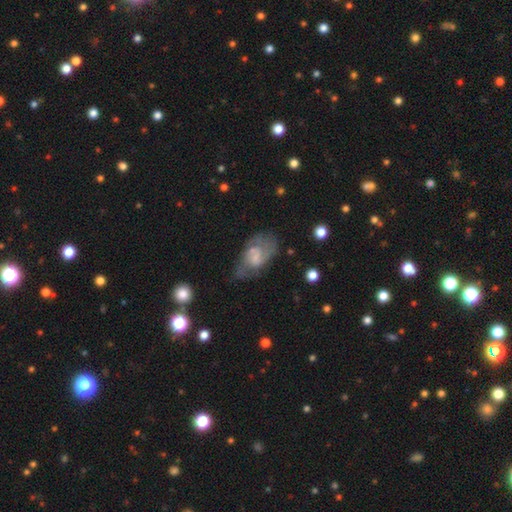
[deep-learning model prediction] A featured or disk galaxy (61%) with no bar (50%), spiral arms (75%) and a small central bulge (35%).

Vote fractions:
- Smooth or featured? featured or disk: 61% / smooth: 30% / star or artifact: 9%
- Edge-on disk? no: 96% / yes: 4%
- Bar? no: 50% / weak: 42% / strong: 8%
- Spiral arms? yes: 75% / no: 25%
- Bulge size? small: 35% / none: 34% / moderate: 23% / large: 7% / dominant: 2%
- Merging? none: 46% / minor disturbance: 26% / major disturbance: 24% / merger: 4%